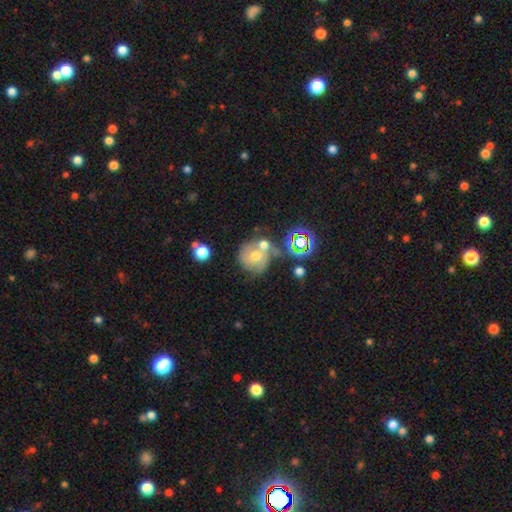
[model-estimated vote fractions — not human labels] Smooth or featured? smooth (44%)
Merging? merger (40%)